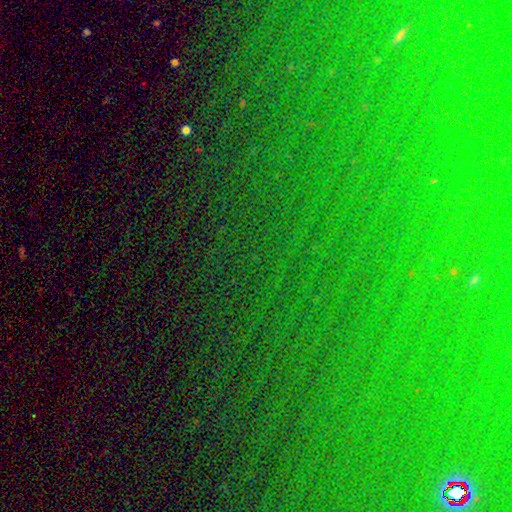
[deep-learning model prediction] star or artifact 79%, smooth 12%, featured or disk 10%.